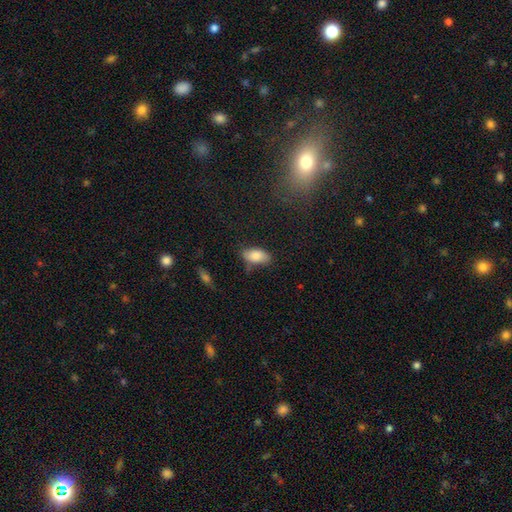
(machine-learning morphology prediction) smooth 83%, featured or disk 10%, star or artifact 7%. Down the decision tree: how rounded — in between (93%); merging — none (72%).